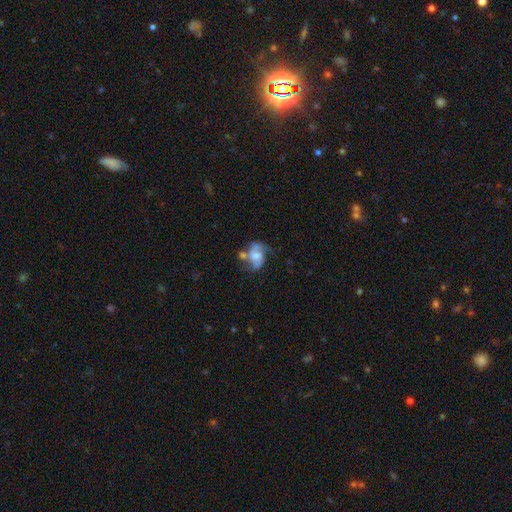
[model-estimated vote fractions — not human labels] Smooth or featured: featured or disk — 65% (smooth — 26%)
Edge-on disk: no — 97% (yes — 3%)
Bar: no — 55% (weak — 35%)
Spiral arms: yes — 82% (no — 18%)
Spiral winding: medium — 44% (loose — 41%)
Spiral arm count: 2 — 80% (can't tell — 9%)
Bulge size: moderate — 47% (small — 34%)
Merging: none — 35% (merger — 26%)